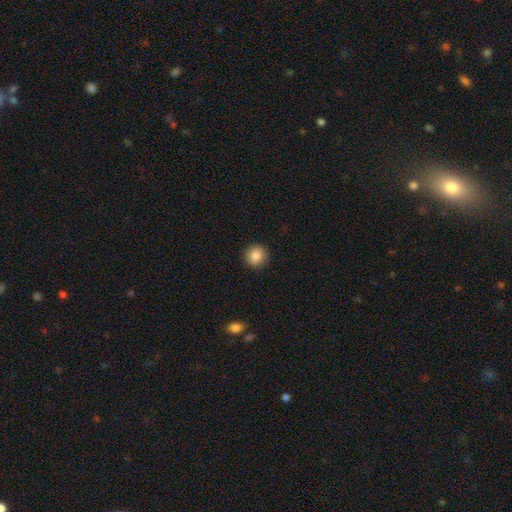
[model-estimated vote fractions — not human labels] Q: Smooth or featured?
A: smooth (85%); runner-up: star or artifact (9%)
Q: How rounded?
A: round (90%); runner-up: in between (9%)
Q: Merging?
A: none (92%); runner-up: minor disturbance (5%)